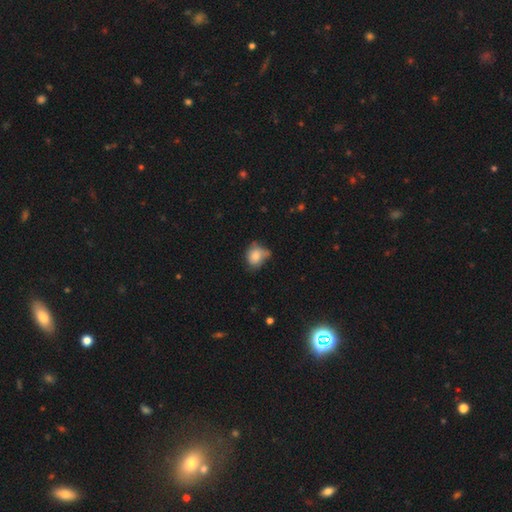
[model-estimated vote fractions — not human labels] A smooth galaxy with no disk features (77%) that is round (58%). Merging: none (41%).